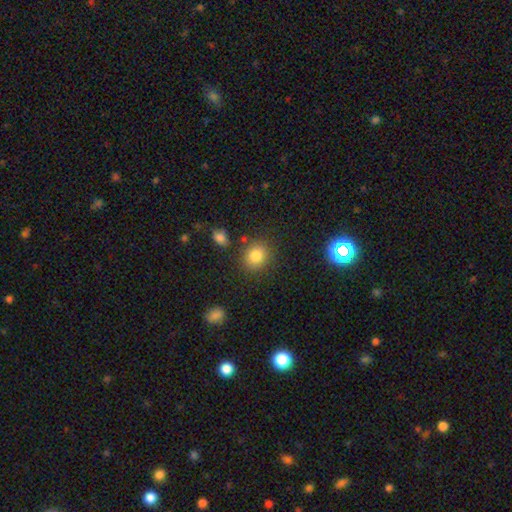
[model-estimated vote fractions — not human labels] Smooth or featured?
  - smooth: 82% *
  - star or artifact: 12%
  - featured or disk: 7%
How rounded?
  - round: 77% *
  - in between: 22%
  - cigar-shaped: 1%
Merging?
  - none: 82% *
  - minor disturbance: 10%
  - merger: 5%
  - major disturbance: 3%